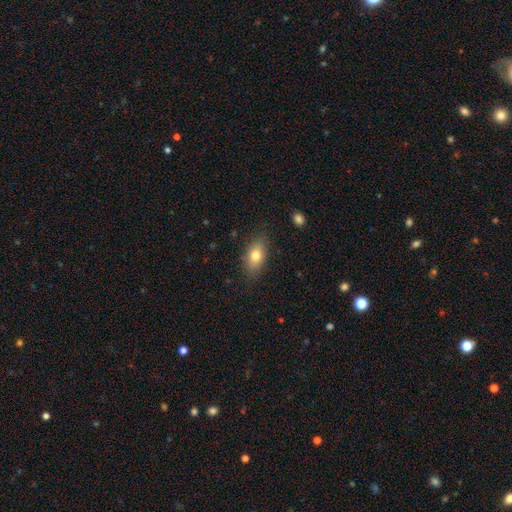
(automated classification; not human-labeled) smooth_or_featured: smooth (p=0.76) [alt: featured or disk p=0.16]
how_rounded: in between (p=0.85) [alt: round p=0.08]
merging: none (p=0.84) [alt: minor disturbance p=0.12]